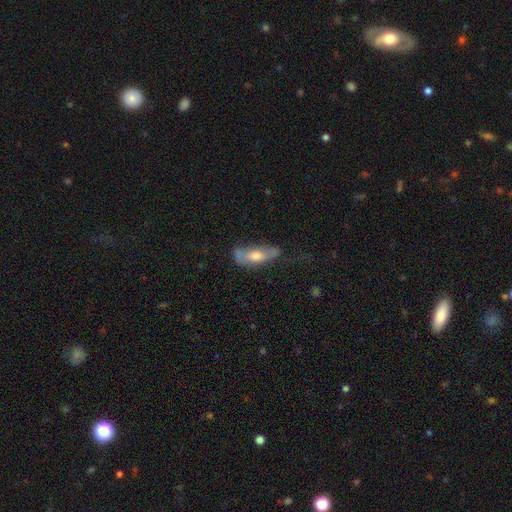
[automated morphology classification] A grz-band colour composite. It shows a smooth galaxy with no disk features (49%). Merging: none (43%).